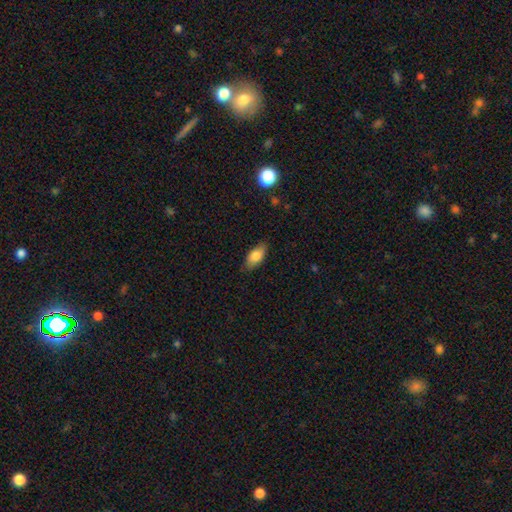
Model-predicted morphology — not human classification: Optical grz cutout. It shows a smooth galaxy with no disk features (81%) that is in between round and cigar-shaped (88%). Merging: none (82%).